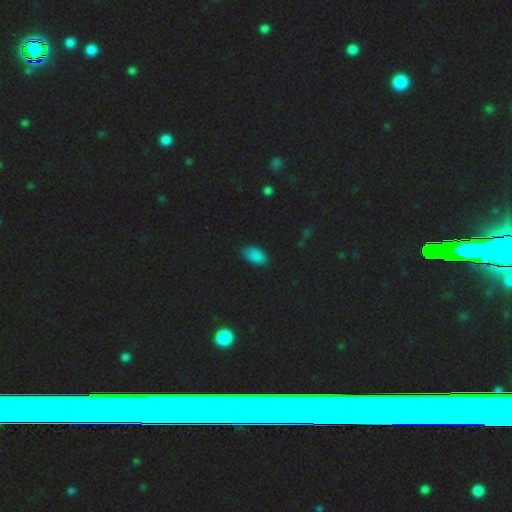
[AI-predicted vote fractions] Q: Smooth or featured?
A: smooth (77%); runner-up: star or artifact (18%)
Q: How rounded?
A: in between (92%); runner-up: round (5%)
Q: Merging?
A: none (83%); runner-up: minor disturbance (13%)